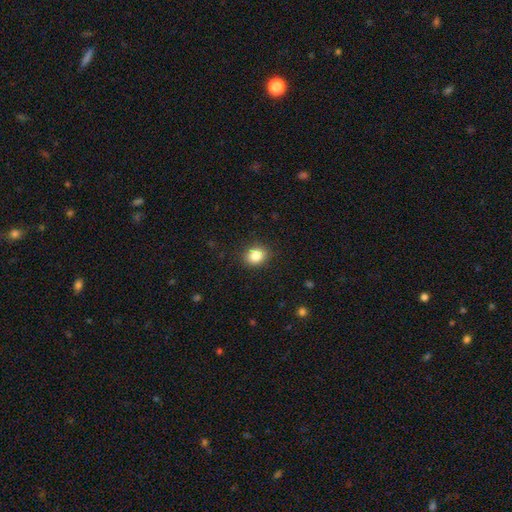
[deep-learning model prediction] Morphology: type=smooth (84%); roundness=round (64%); merging=none (88%).